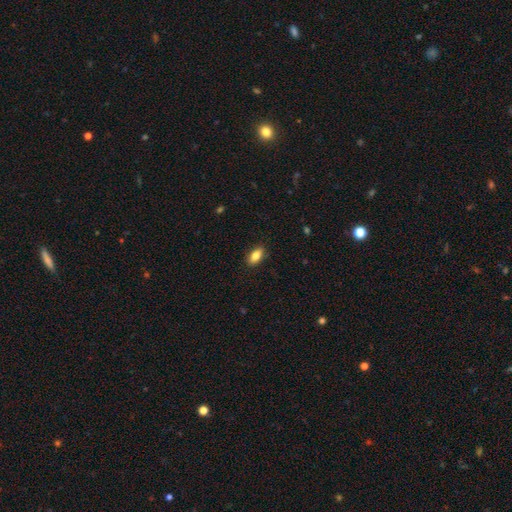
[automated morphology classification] Smooth or featured? Predicted: smooth (p=0.84). How rounded? Predicted: in between (p=0.89). Merging? Predicted: none (p=0.87).